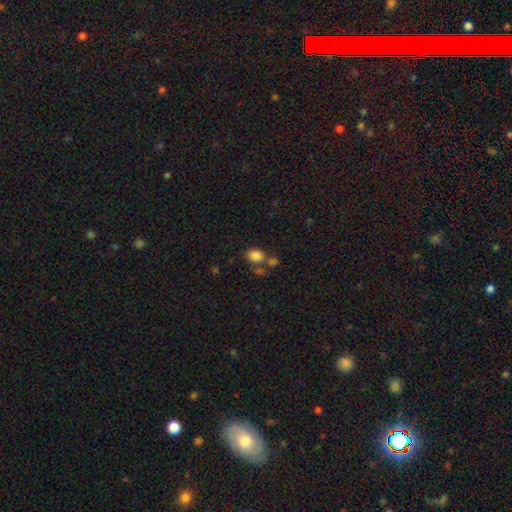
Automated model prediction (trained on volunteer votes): This is clearly a smooth galaxy (83%). How rounded: possibly round (50%). Merging: possibly none (54%).